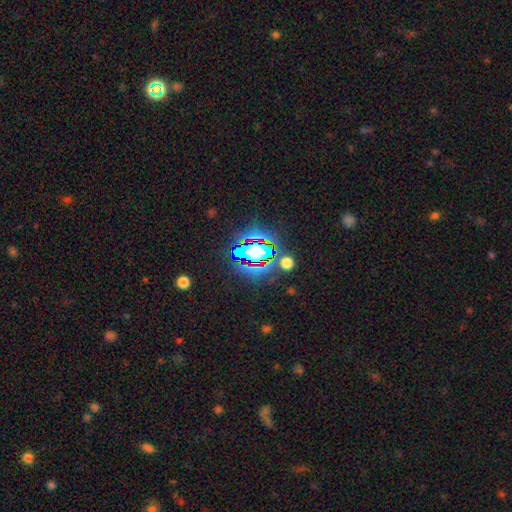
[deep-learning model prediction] A star or artifact, not a galaxy (78%).